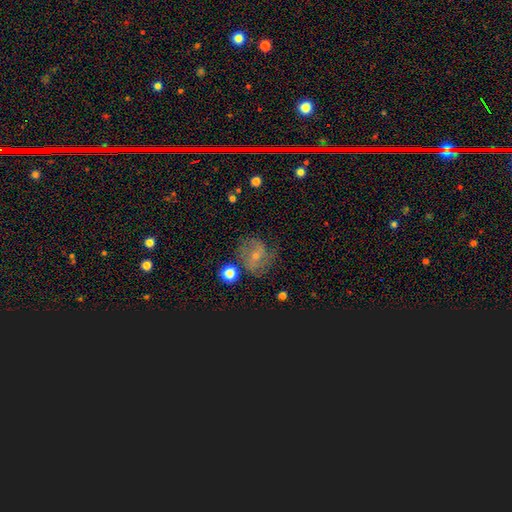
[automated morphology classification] A featured or disk galaxy (47%).

Vote fractions:
- Smooth or featured? featured or disk: 47% / smooth: 39% / star or artifact: 14%
- Merging? none: 61% / minor disturbance: 22% / major disturbance: 13% / merger: 5%